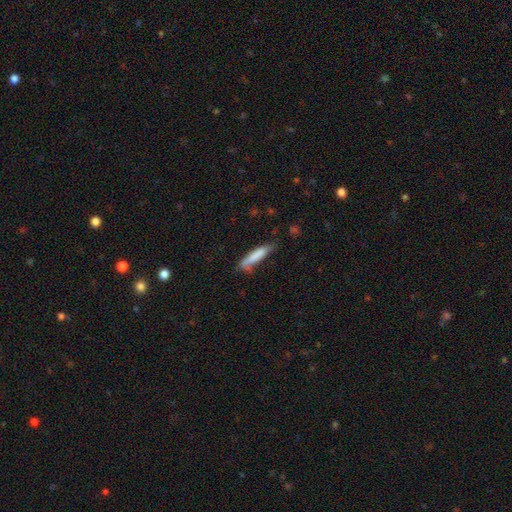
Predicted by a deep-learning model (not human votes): Smooth or featured?
  - smooth: 78% *
  - featured or disk: 16%
  - star or artifact: 6%
How rounded?
  - cigar-shaped: 86% *
  - in between: 12%
  - round: 1%
Merging?
  - none: 62% *
  - minor disturbance: 26%
  - major disturbance: 7%
  - merger: 5%